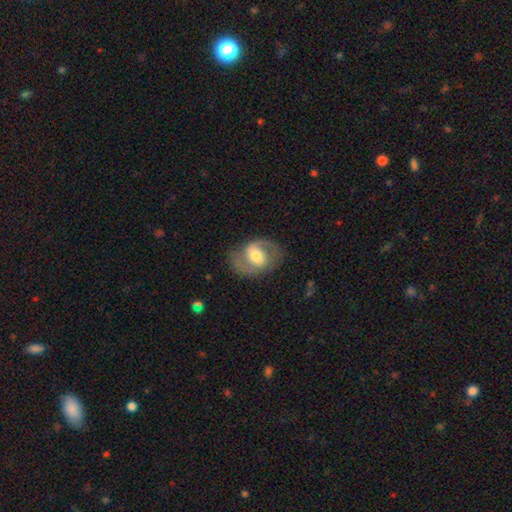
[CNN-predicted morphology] The model was most divided on "bar": weak: 46%, strong: 28%, no: 27%. More confident: edge-on disk — no (96%); spiral arm count — 2 (87%); spiral arms — yes (83%); merging — none (76%); smooth or featured — featured or disk (72%); bulge size — moderate (63%); spiral winding — medium (53%).